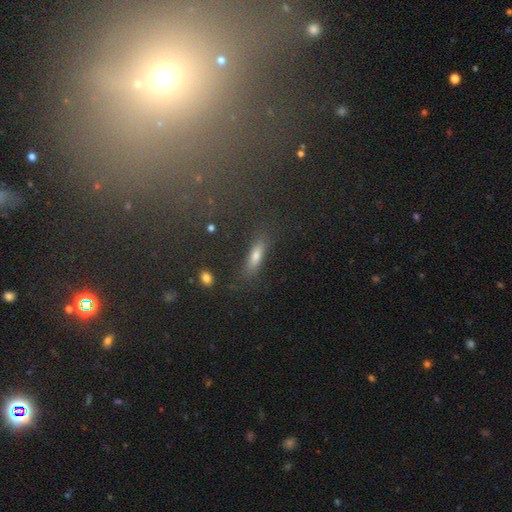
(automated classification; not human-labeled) smooth_or_featured: smooth (p=0.68) [alt: featured or disk p=0.18]
how_rounded: cigar-shaped (p=0.55) [alt: in between p=0.40]
merging: none (p=0.81) [alt: minor disturbance p=0.12]